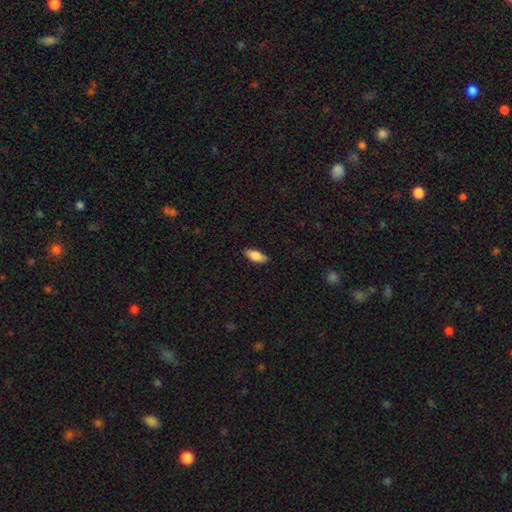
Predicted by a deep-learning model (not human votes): smooth_or_featured: smooth (p=0.84) [alt: featured or disk p=0.10]
how_rounded: in between (p=0.80) [alt: cigar-shaped p=0.18]
merging: none (p=0.86) [alt: minor disturbance p=0.11]